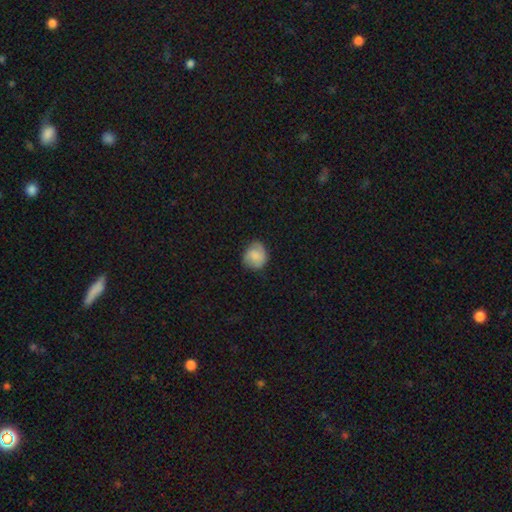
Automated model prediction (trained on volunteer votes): This appears to be a smooth galaxy with no disk features (75%) that is round (72%). Merging: none (68%).